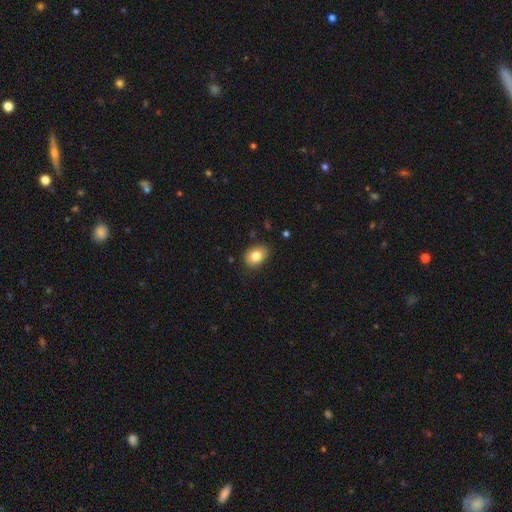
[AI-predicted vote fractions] Smooth or featured? Predicted: smooth (p=0.82). How rounded? Predicted: in between (p=0.69). Merging? Predicted: none (p=0.84).